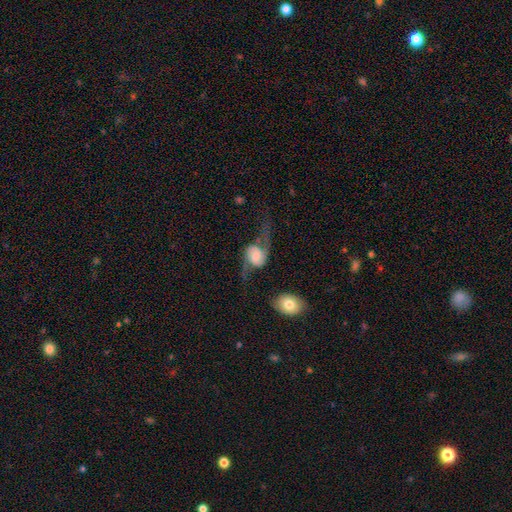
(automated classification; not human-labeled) Smooth or featured? Predicted: featured or disk (p=0.75). Edge-on disk? Predicted: no (p=0.95). Bar? Predicted: no (p=0.57). Spiral arms? Predicted: yes (p=0.92). Spiral winding? Predicted: loose (p=0.80). Spiral arm count? Predicted: 2 (p=0.92). Bulge size? Predicted: moderate (p=0.31). Merging? Predicted: none (p=0.41).